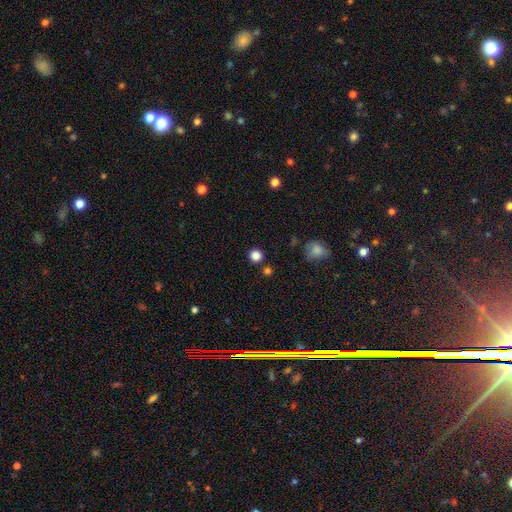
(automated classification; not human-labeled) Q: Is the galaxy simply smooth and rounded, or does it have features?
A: smooth — 83%.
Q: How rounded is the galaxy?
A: round — 93%.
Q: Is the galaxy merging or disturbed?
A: none — 87%.